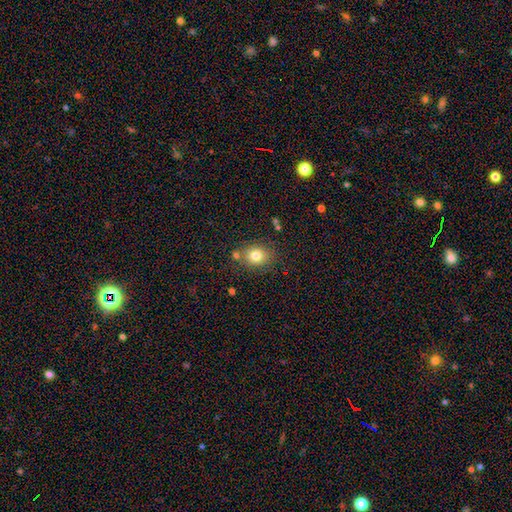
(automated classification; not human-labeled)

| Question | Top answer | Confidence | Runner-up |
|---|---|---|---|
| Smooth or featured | smooth | 78% | star or artifact (12%) |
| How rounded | round | 59% | in between (40%) |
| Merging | none | 74% | minor disturbance (12%) |